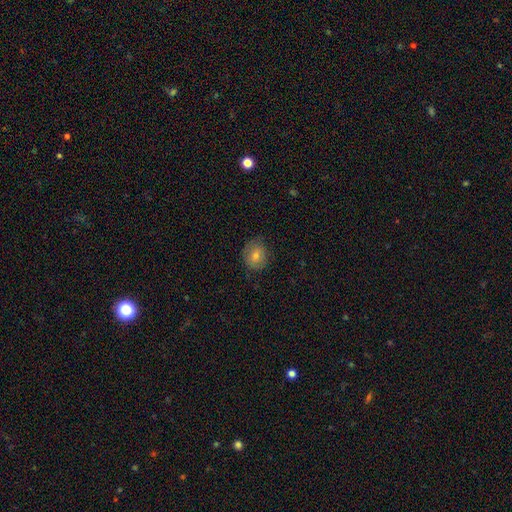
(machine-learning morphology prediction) A smooth galaxy with no disk features (65%) that is round (65%).

Vote fractions:
- Smooth or featured? smooth: 65% / featured or disk: 23% / star or artifact: 12%
- How rounded? round: 65% / in between: 34% / cigar-shaped: 1%
- Merging? none: 79% / minor disturbance: 16% / major disturbance: 4% / merger: 1%